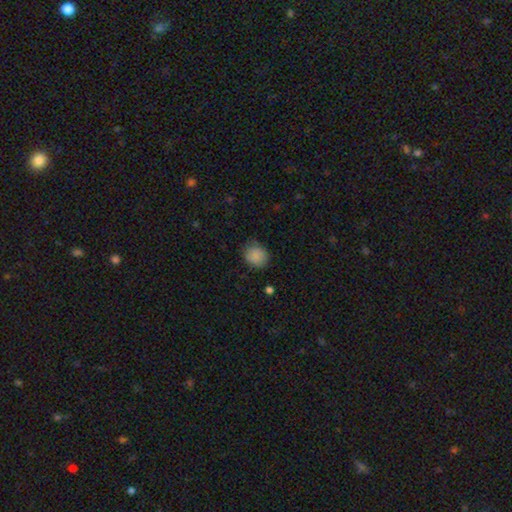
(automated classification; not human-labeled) A smooth galaxy with no disk features (87%) that is round (73%). Merging: none (77%).